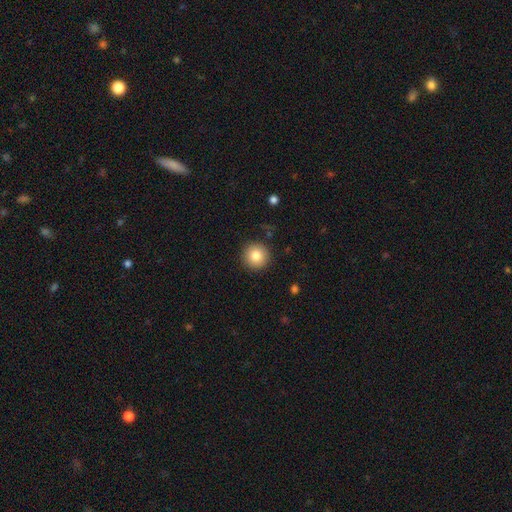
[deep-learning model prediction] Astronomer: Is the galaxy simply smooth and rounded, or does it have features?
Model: smooth — 82%.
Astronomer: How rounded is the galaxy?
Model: round — 95%.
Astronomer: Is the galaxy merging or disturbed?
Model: none — 90%.